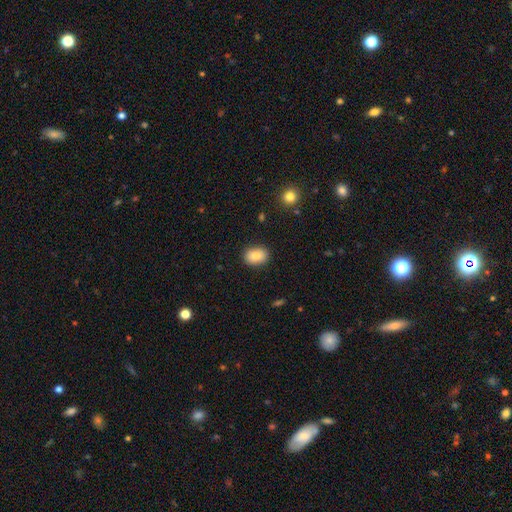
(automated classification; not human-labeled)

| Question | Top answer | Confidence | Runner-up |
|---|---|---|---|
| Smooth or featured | smooth | 83% | featured or disk (9%) |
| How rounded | in between | 72% | round (27%) |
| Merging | none | 89% | minor disturbance (8%) |